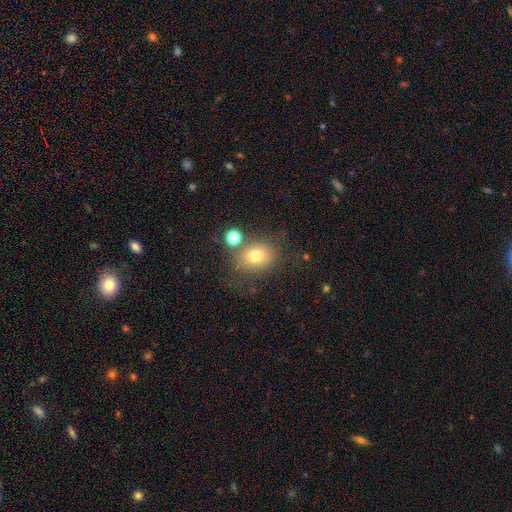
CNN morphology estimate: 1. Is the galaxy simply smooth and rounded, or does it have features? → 73% smooth, 14% star or artifact, 13% featured or disk.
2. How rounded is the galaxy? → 56% round, 43% in between, 1% cigar-shaped.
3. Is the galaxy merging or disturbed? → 67% none, 14% minor disturbance, 12% merger, 6% major disturbance.